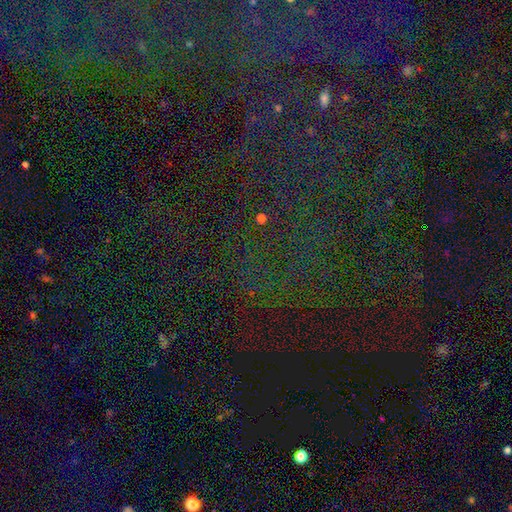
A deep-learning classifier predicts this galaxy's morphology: Smooth or featured?
  - star or artifact: 80% *
  - smooth: 12%
  - featured or disk: 8%